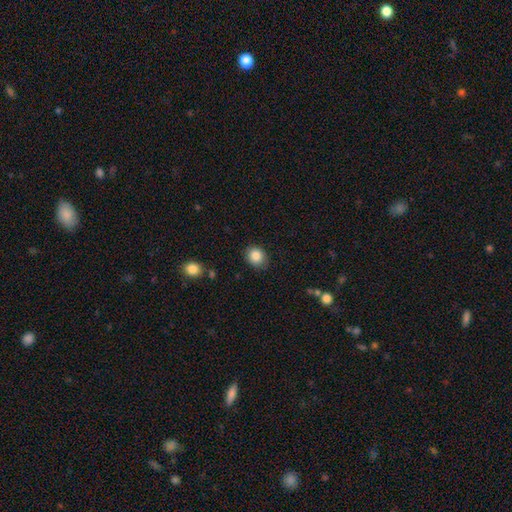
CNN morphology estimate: smooth_or_featured: smooth (p=0.86) [alt: star or artifact p=0.09]
how_rounded: round (p=0.66) [alt: in between p=0.33]
merging: none (p=0.84) [alt: minor disturbance p=0.12]